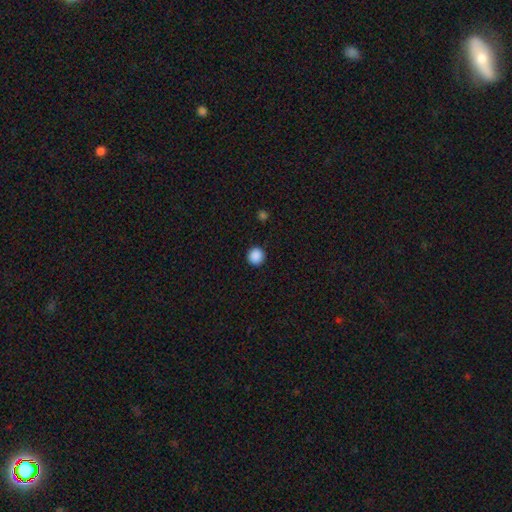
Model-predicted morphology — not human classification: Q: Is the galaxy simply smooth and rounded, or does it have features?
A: smooth — 88%.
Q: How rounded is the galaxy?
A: round — 95%.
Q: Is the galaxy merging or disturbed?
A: none — 93%.